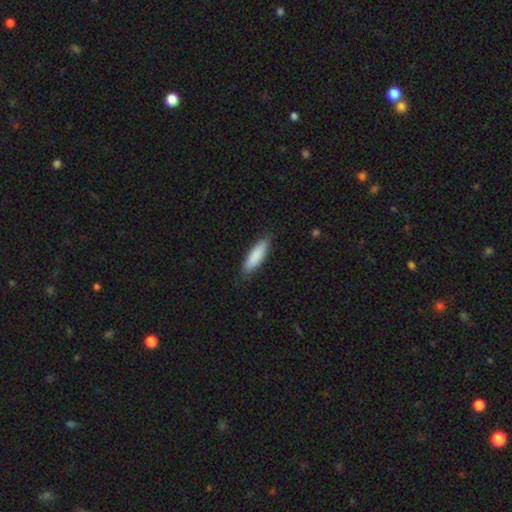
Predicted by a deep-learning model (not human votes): Overall: smooth (87%). How rounded: cigar-shaped (62%; in between 36%). Merging: none (87%).